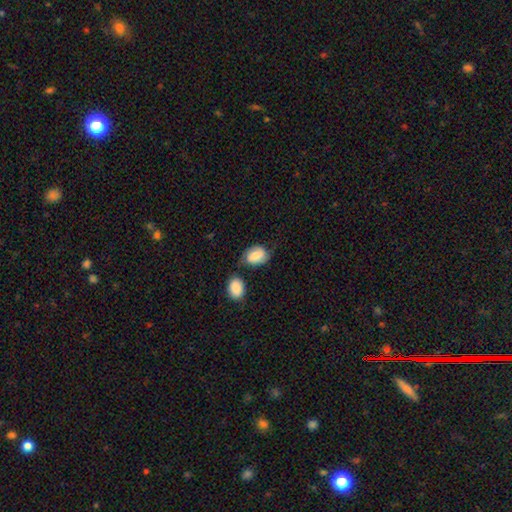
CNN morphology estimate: type=smooth (71%); roundness=in between (76%); merging=none (50%).